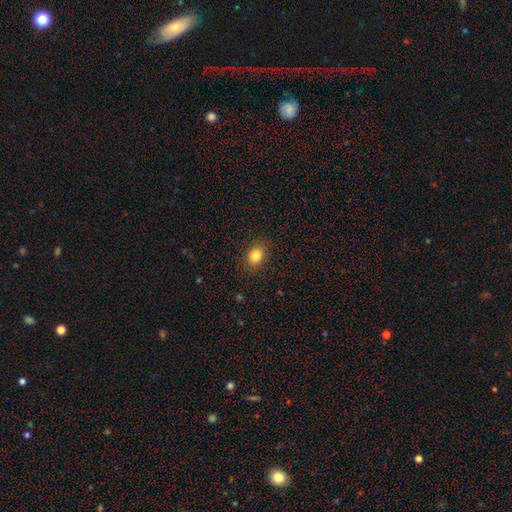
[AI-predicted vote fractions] This appears to be a smooth galaxy with no disk features (84%) that is in between round and cigar-shaped (61%). Merging: none (87%).